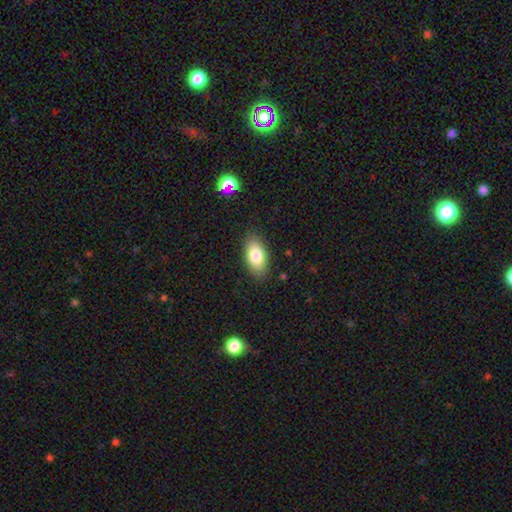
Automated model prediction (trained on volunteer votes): Smooth or featured: smooth — 81% (featured or disk — 12%)
How rounded: in between — 92% (round — 4%)
Merging: none — 85% (minor disturbance — 11%)